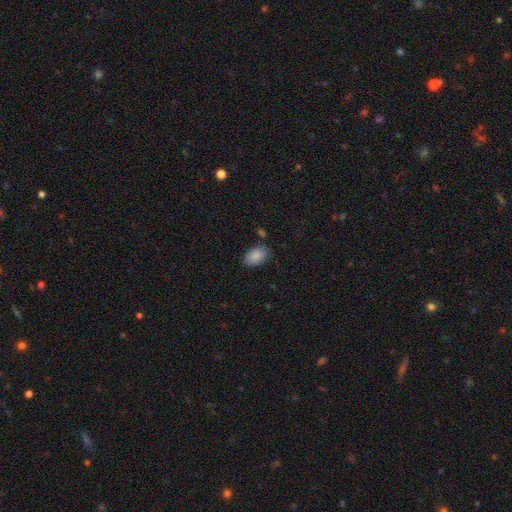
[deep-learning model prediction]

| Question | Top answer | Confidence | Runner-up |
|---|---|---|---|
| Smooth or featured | smooth | 87% | star or artifact (7%) |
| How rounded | in between | 90% | round (9%) |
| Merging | none | 78% | minor disturbance (15%) |